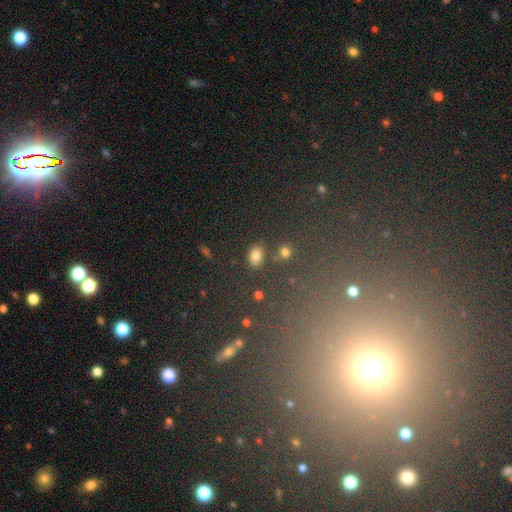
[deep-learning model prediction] Q: Smooth or featured?
A: smooth (79%); runner-up: star or artifact (13%)
Q: How rounded?
A: in between (77%); runner-up: round (22%)
Q: Merging?
A: none (81%); runner-up: minor disturbance (10%)